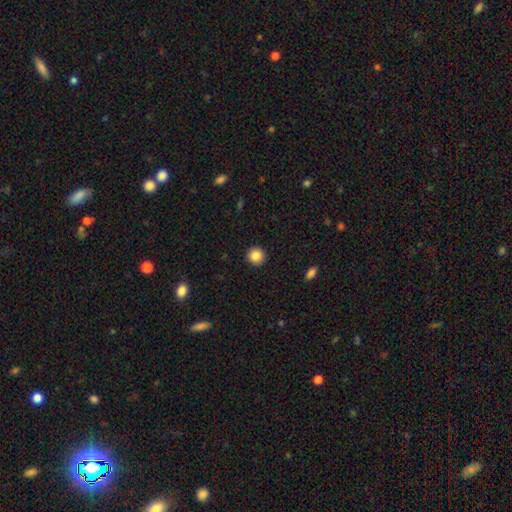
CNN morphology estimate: The model was most divided on "smooth or featured": smooth: 85%, star or artifact: 10%, featured or disk: 5%. More confident: how rounded — round (94%); merging — none (93%).